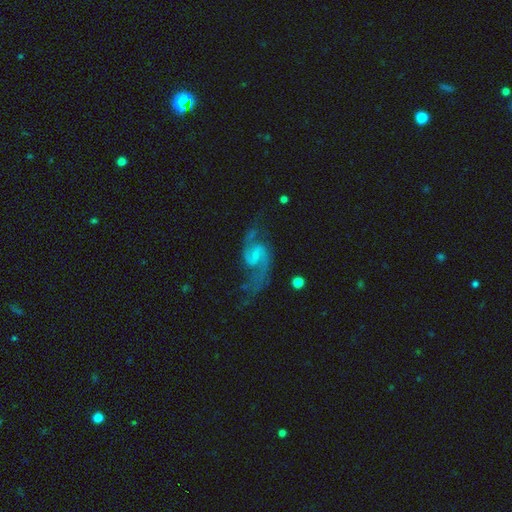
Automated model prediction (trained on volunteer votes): Smooth or featured?
  - featured or disk: 91% *
  - star or artifact: 5%
  - smooth: 4%
Edge-on disk?
  - no: 98% *
  - yes: 2%
Bar?
  - weak: 55% *
  - no: 29%
  - strong: 15%
Spiral arms?
  - yes: 98% *
  - no: 2%
Spiral winding?
  - loose: 50% *
  - medium: 42%
  - tight: 8%
Spiral arm count?
  - 2: 94% *
  - can't tell: 2%
  - 1: 2%
  - 3: 1%
  - 4: 1%
  - more than 4: 1%
Bulge size?
  - small: 56% *
  - none: 23%
  - moderate: 18%
  - large: 2%
  - dominant: 1%
Merging?
  - none: 67% *
  - minor disturbance: 17%
  - major disturbance: 14%
  - merger: 3%